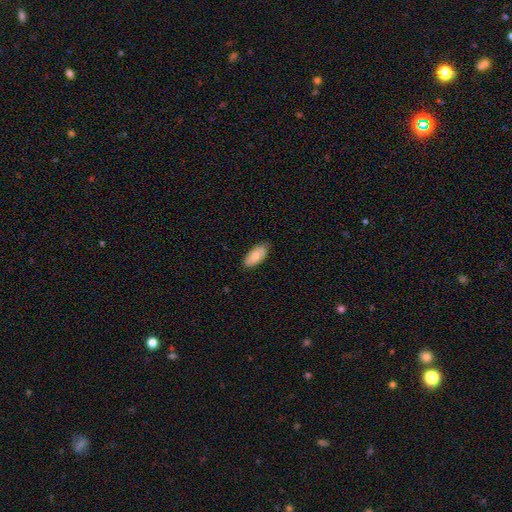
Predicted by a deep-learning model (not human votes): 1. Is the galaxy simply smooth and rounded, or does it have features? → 77% smooth, 17% featured or disk, 6% star or artifact.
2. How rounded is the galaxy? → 90% in between, 8% cigar-shaped, 2% round.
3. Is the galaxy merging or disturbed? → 82% none, 14% minor disturbance, 2% major disturbance, 1% merger.